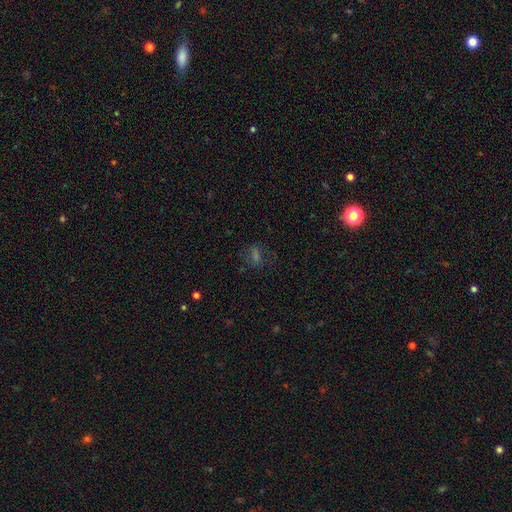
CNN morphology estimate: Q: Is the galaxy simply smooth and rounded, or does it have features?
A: smooth — 42%.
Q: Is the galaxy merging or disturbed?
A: none — 73%.